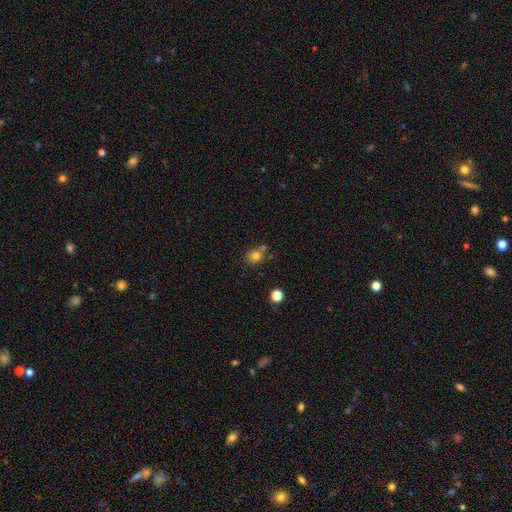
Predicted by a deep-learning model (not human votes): Smooth or featured? Predicted: smooth (p=0.79). How rounded? Predicted: round (p=0.73). Merging? Predicted: none (p=0.64).